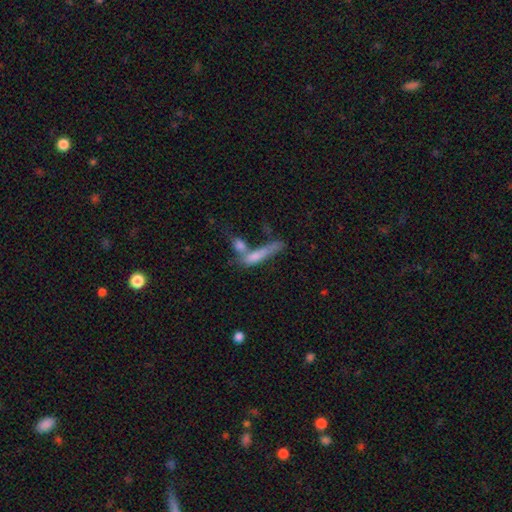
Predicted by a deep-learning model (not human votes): This is possibly a smooth galaxy (58%). How rounded: likely cigar-shaped (77%). Merging: marginally merger (43%).